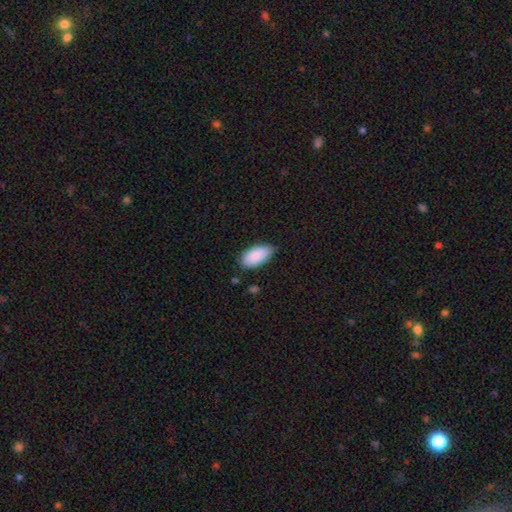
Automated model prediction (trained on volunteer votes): Smooth or featured: smooth — 87% (featured or disk — 6%)
How rounded: in between — 95% (cigar-shaped — 3%)
Merging: none — 74% (minor disturbance — 21%)